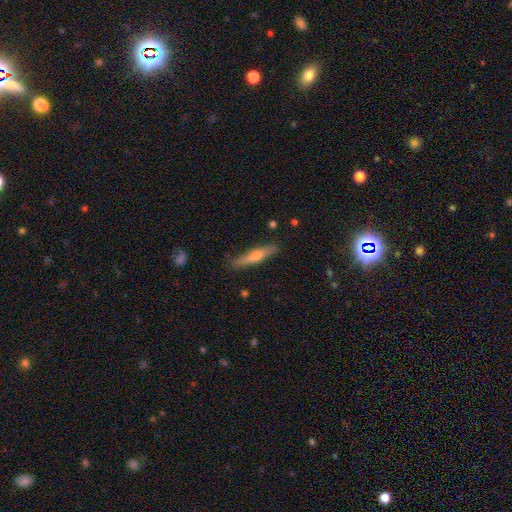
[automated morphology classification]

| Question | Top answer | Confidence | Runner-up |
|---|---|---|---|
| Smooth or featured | featured or disk | 49% | smooth (45%) |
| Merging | none | 85% | minor disturbance (11%) |